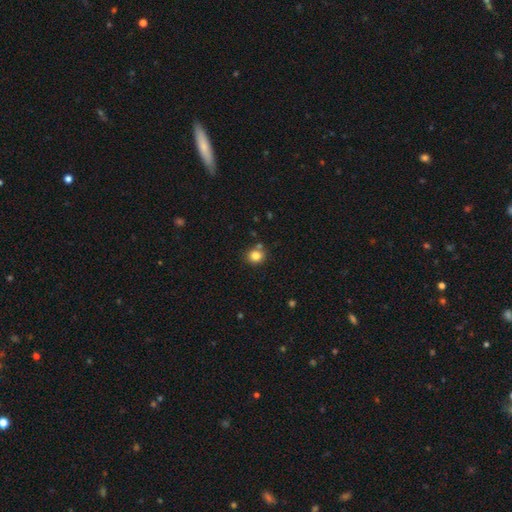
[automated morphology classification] Smooth or featured?
  - smooth: 82% *
  - star or artifact: 12%
  - featured or disk: 6%
How rounded?
  - round: 82% *
  - in between: 17%
  - cigar-shaped: 1%
Merging?
  - none: 77% *
  - minor disturbance: 10%
  - merger: 10%
  - major disturbance: 3%